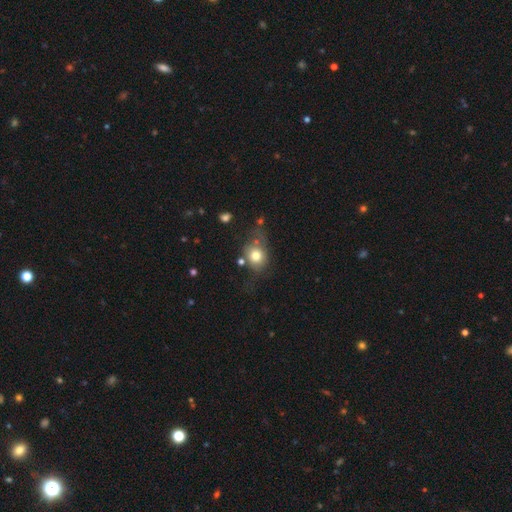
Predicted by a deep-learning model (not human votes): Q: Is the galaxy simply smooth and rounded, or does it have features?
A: smooth — 74%.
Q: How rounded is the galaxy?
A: round — 62%.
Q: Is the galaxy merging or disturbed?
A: none — 48%.